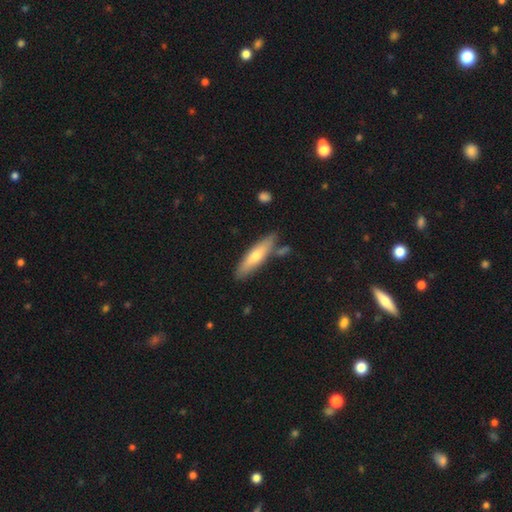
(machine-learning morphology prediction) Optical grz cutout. It shows a smooth galaxy with no disk features (57%) that is cigar-shaped (76%). Merging: none (79%).